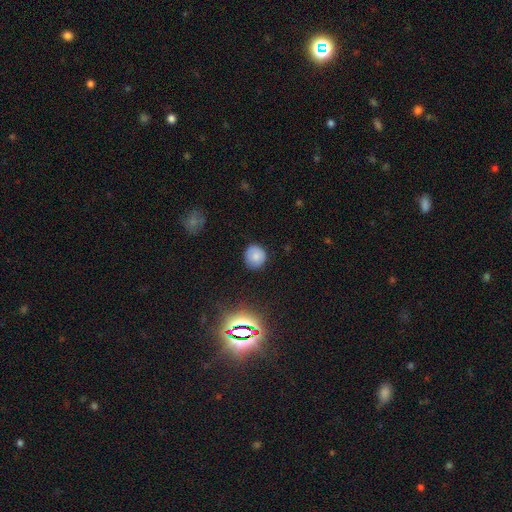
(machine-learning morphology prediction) Smooth or featured? smooth (77%)
How rounded? round (88%)
Merging? none (83%)